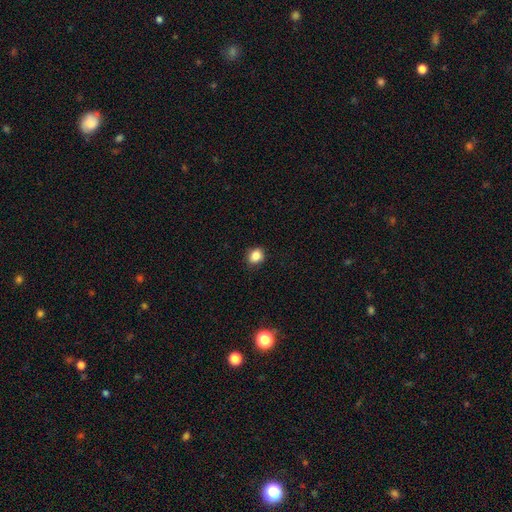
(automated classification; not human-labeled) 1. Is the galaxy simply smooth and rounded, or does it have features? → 86% smooth, 10% star or artifact, 4% featured or disk.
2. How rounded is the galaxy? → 63% round, 36% in between, 1% cigar-shaped.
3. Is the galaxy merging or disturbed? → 86% none, 10% minor disturbance, 2% major disturbance, 1% merger.